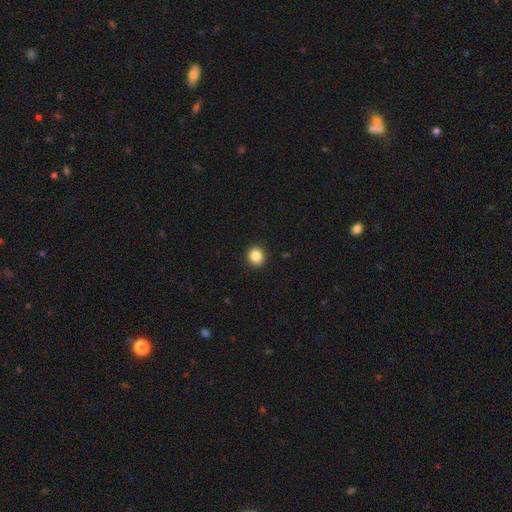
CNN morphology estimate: A smooth galaxy with no disk features (86%) that is round (84%).

Vote fractions:
- Smooth or featured? smooth: 86% / star or artifact: 10% / featured or disk: 5%
- How rounded? round: 84% / in between: 15% / cigar-shaped: 1%
- Merging? none: 91% / minor disturbance: 6% / major disturbance: 2% / merger: 1%